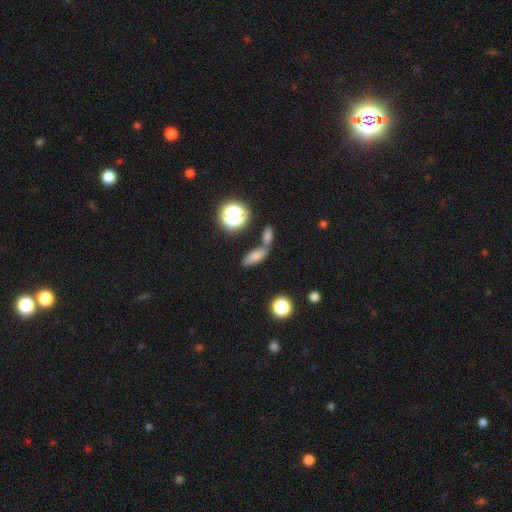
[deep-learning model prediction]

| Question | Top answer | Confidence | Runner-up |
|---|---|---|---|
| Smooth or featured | smooth | 72% | star or artifact (16%) |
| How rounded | in between | 68% | cigar-shaped (22%) |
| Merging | merger | 46% | none (38%) |